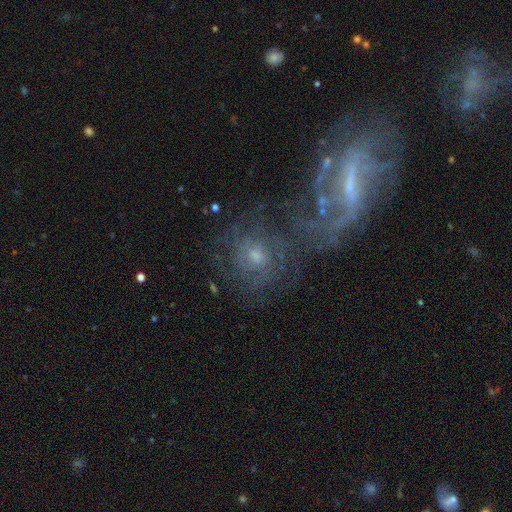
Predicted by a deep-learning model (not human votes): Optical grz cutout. It shows a featured or disk galaxy (69%) with no bar (59%), tight (51%) spiral arms (82%) and a small central bulge (49%). Merging: none (49%).